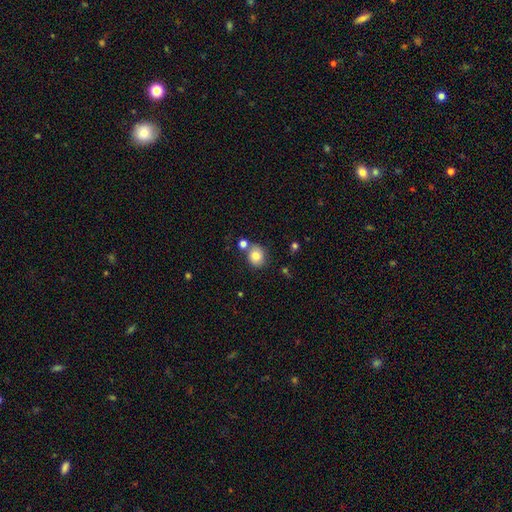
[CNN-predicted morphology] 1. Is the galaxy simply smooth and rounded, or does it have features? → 81% smooth, 10% star or artifact, 9% featured or disk.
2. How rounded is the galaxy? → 74% round, 25% in between, 1% cigar-shaped.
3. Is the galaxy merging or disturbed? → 69% none, 16% merger, 12% minor disturbance, 3% major disturbance.